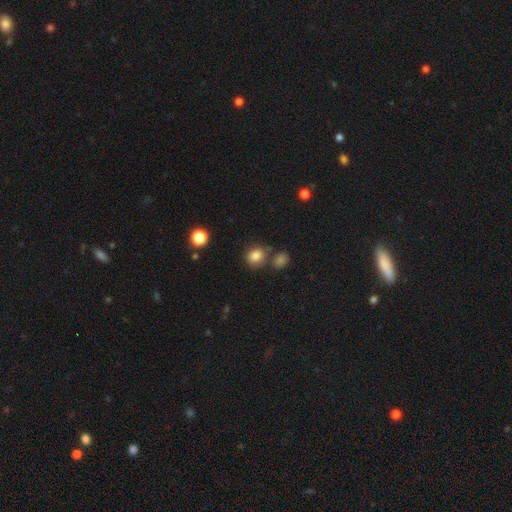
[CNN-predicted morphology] This is clearly a smooth galaxy (83%). How rounded: likely round (62%). Merging: likely none (70%).